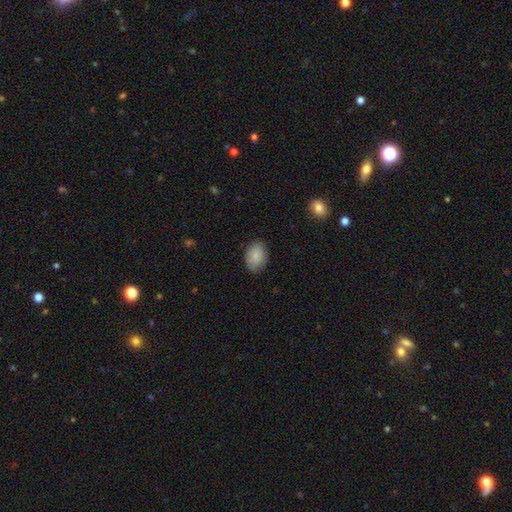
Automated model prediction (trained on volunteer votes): smooth_or_featured: smooth (p=0.87) [alt: star or artifact p=0.07]
how_rounded: in between (p=0.81) [alt: round p=0.18]
merging: none (p=0.84) [alt: minor disturbance p=0.12]